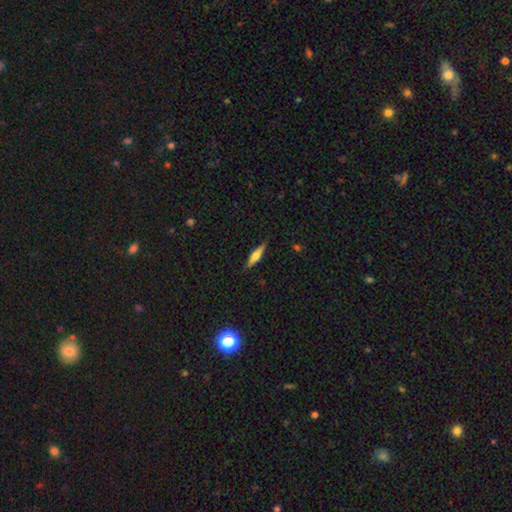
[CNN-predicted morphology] smooth-or-featured: featured or disk: 49% | smooth: 44% | star or artifact: 7%
  merging: none: 88% | minor disturbance: 9% | major disturbance: 2% | merger: 1%